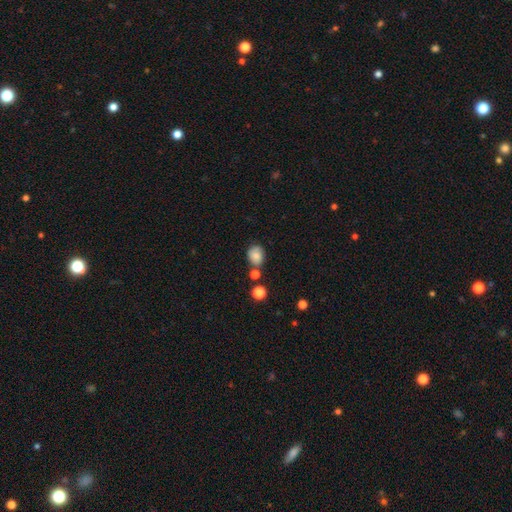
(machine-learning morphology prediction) Smooth or featured: smooth — 79% (star or artifact — 11%)
How rounded: round — 57% (in between — 42%)
Merging: none — 66% (minor disturbance — 19%)